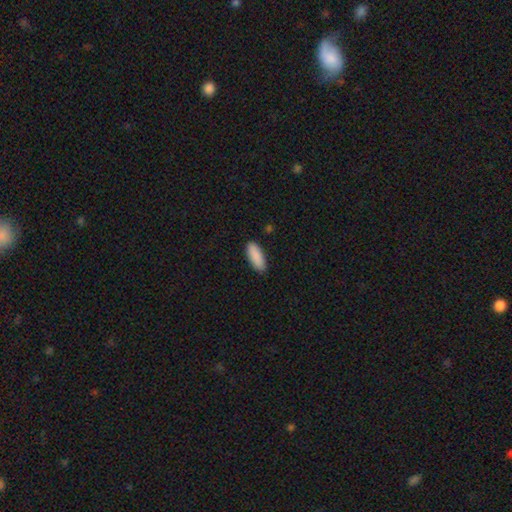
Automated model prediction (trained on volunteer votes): A smooth galaxy with no disk features (90%) that is in between round and cigar-shaped (74%). Merging: none (88%).